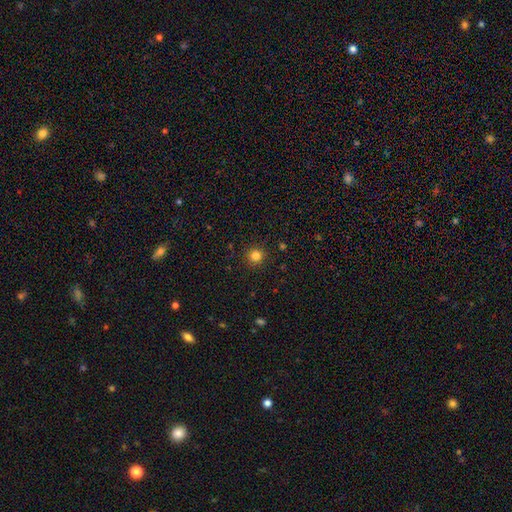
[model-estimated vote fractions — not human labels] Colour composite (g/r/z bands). It shows a smooth galaxy with no disk features (82%) that is round (94%). Merging: none (91%).